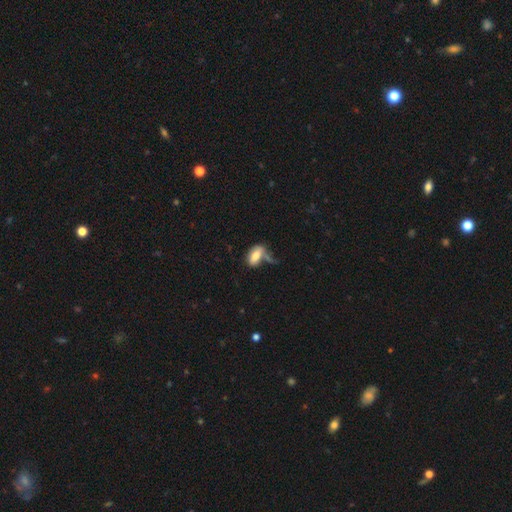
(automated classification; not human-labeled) Smooth or featured?
  - smooth: 73% *
  - featured or disk: 18%
  - star or artifact: 8%
How rounded?
  - in between: 89% *
  - cigar-shaped: 6%
  - round: 5%
Merging?
  - none: 37% *
  - minor disturbance: 23%
  - merger: 21%
  - major disturbance: 18%